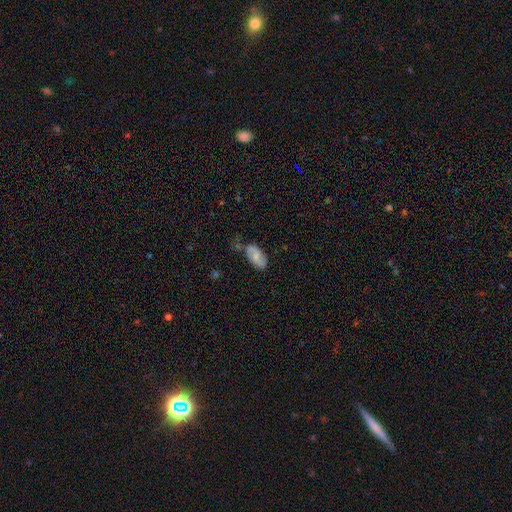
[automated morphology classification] smooth 54%, featured or disk 38%, star or artifact 8%. Down the decision tree: how rounded — in between (92%); merging — none (55%).